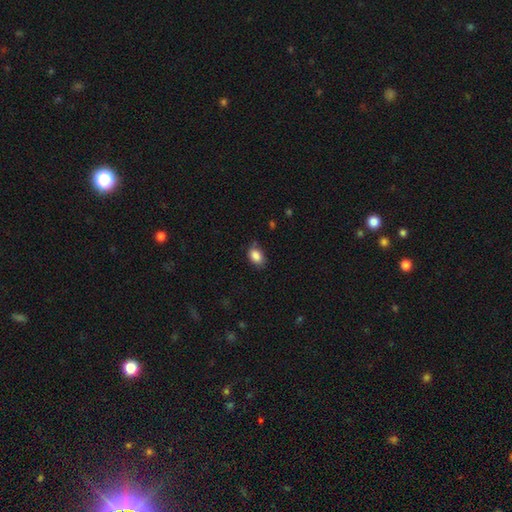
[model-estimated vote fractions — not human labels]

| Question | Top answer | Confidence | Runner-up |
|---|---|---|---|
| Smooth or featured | smooth | 87% | star or artifact (9%) |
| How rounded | in between | 84% | round (15%) |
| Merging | none | 74% | minor disturbance (20%) |